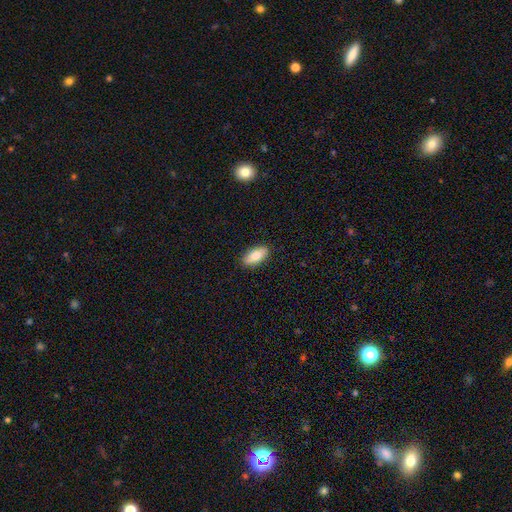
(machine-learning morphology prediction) A smooth galaxy with no disk features (79%) that is in between round and cigar-shaped (85%).

Vote fractions:
- Smooth or featured? smooth: 79% / featured or disk: 14% / star or artifact: 7%
- How rounded? in between: 85% / cigar-shaped: 12% / round: 3%
- Merging? none: 89% / minor disturbance: 9% / major disturbance: 2% / merger: 1%